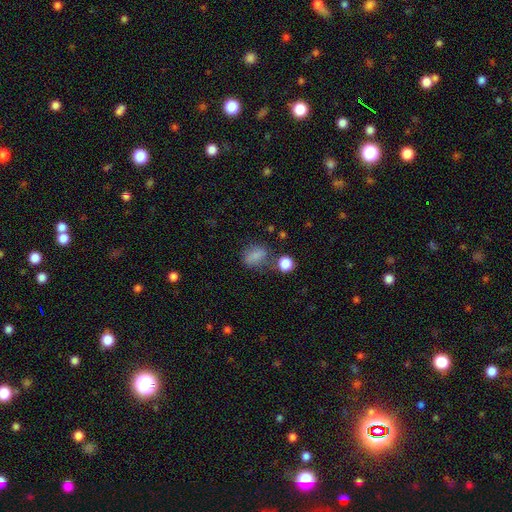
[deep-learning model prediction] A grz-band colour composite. It shows a smooth galaxy with no disk features (77%) that is in between round and cigar-shaped (62%). Merging: none (56%).